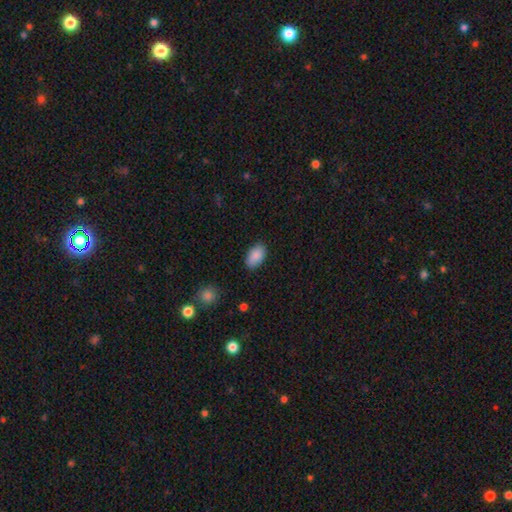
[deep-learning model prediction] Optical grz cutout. It shows a smooth galaxy with no disk features (89%) that is in between round and cigar-shaped (94%). Merging: none (86%).